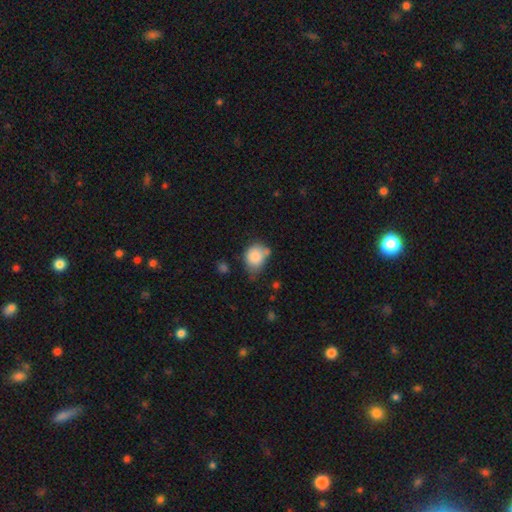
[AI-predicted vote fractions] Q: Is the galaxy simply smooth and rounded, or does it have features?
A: smooth — 84%.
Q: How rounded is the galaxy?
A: round — 59%.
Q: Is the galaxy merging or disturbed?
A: none — 43%.